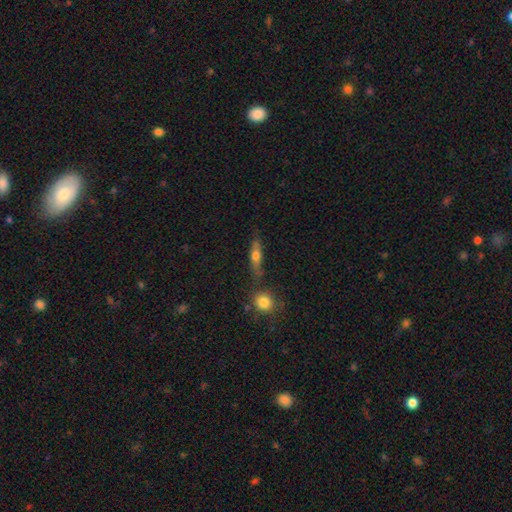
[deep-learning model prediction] smooth-or-featured: smooth: 56% | featured or disk: 35% | star or artifact: 9%
  how-rounded: cigar-shaped: 55% | in between: 38% | round: 7%
  merging: none: 65% | minor disturbance: 18% | merger: 11% | major disturbance: 6%